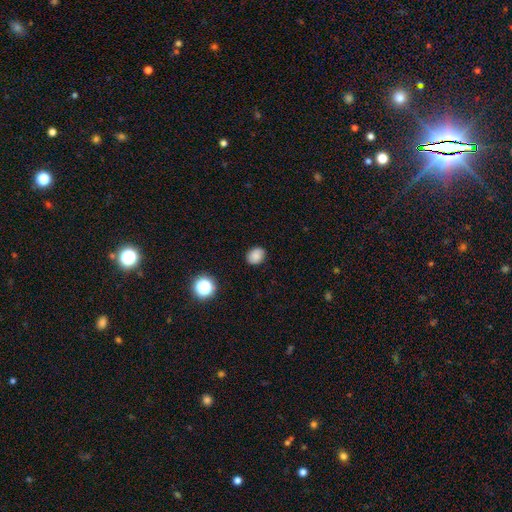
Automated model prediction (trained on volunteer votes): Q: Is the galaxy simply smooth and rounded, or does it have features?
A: smooth — 82%.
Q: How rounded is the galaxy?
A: round — 50%.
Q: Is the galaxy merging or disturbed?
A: none — 86%.